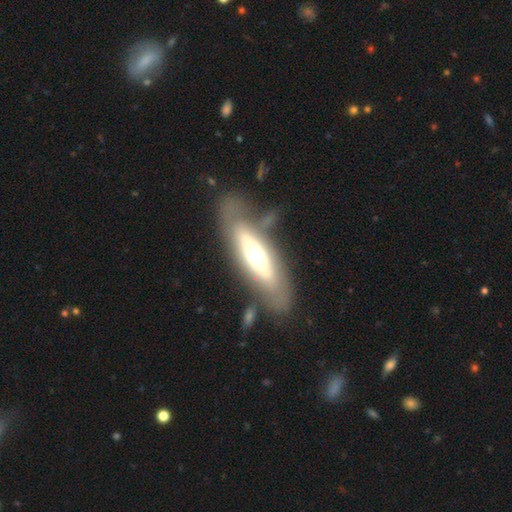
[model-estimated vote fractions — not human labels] Morphology: type=featured or disk (56%); edge-on=no (64%); merging=none (60%).